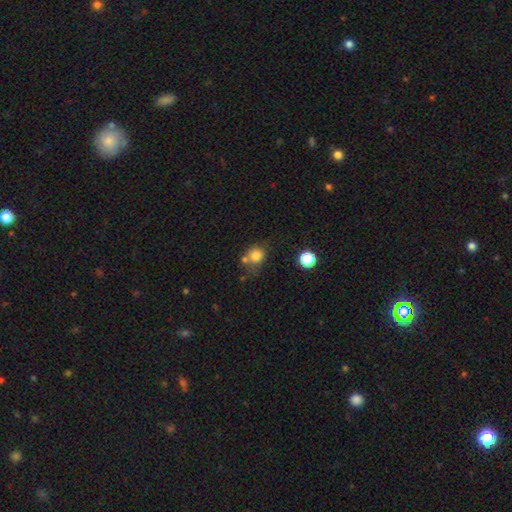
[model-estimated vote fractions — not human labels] Smooth or featured?
  - smooth: 80% *
  - star or artifact: 12%
  - featured or disk: 8%
How rounded?
  - round: 77% *
  - in between: 22%
  - cigar-shaped: 1%
Merging?
  - none: 55% *
  - merger: 19%
  - minor disturbance: 18%
  - major disturbance: 8%